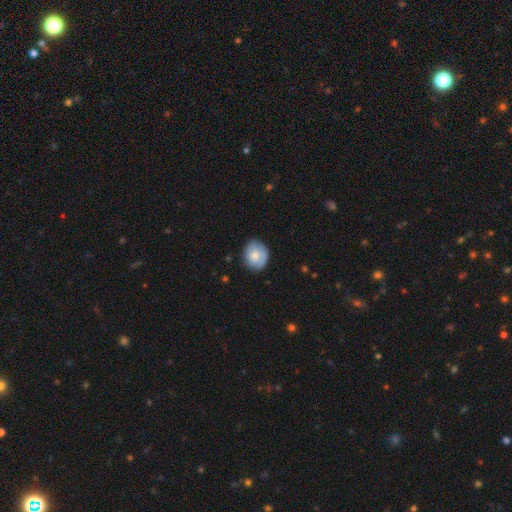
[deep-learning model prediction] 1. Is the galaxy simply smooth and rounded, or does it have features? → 77% smooth, 16% featured or disk, 7% star or artifact.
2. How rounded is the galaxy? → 67% round, 33% in between, 1% cigar-shaped.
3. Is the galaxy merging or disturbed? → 73% none, 21% minor disturbance, 4% major disturbance, 2% merger.